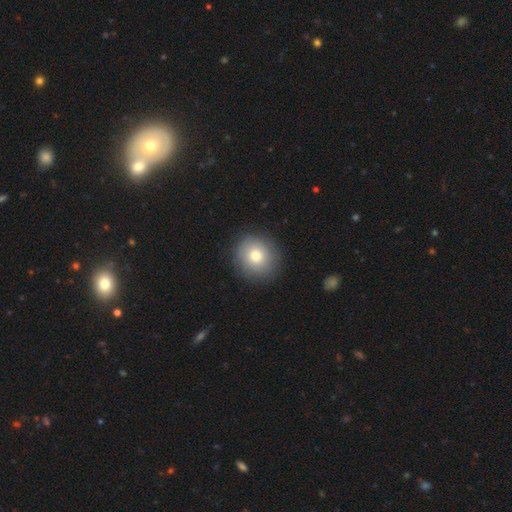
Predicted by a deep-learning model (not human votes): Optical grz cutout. It shows a smooth galaxy with no disk features (77%) that is round (91%). Merging: none (88%).